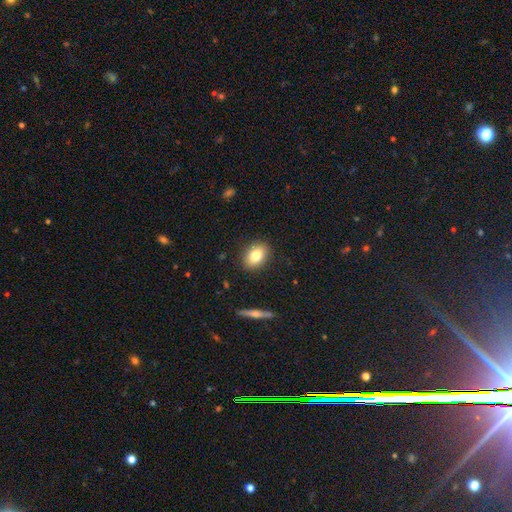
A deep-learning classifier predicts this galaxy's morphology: smooth_or_featured: smooth (p=0.80) [alt: featured or disk p=0.12]
how_rounded: in between (p=0.76) [alt: round p=0.22]
merging: none (p=0.88) [alt: minor disturbance p=0.09]